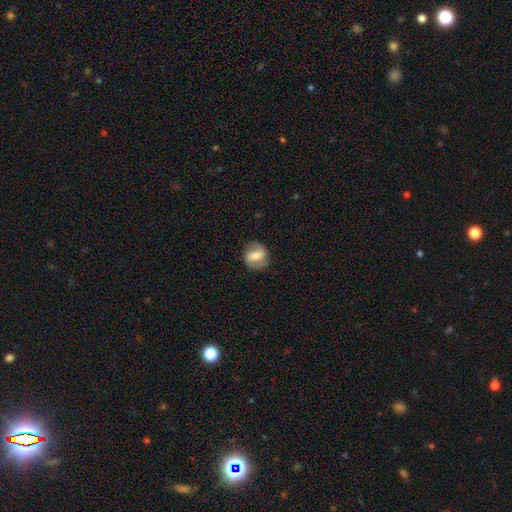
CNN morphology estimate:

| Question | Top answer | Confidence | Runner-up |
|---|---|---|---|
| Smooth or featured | featured or disk | 58% | smooth (35%) |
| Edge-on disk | no | 96% | yes (4%) |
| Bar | strong | 41% | weak (38%) |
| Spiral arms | yes | 82% | no (18%) |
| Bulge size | moderate | 57% | small (31%) |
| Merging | none | 81% | minor disturbance (13%) |